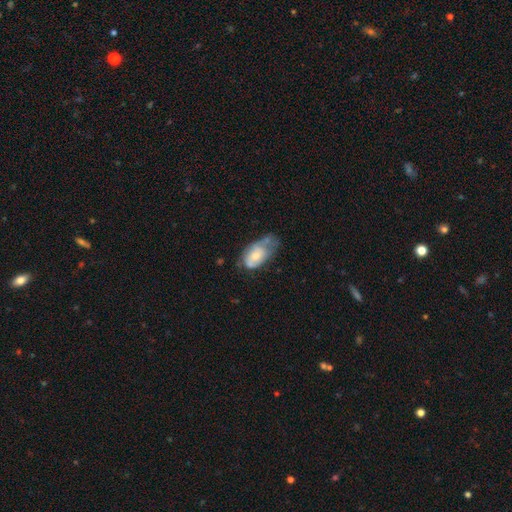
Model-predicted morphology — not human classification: This is possibly a smooth galaxy (55%). How rounded: clearly in between (91%). Merging: marginally minor disturbance (38%).